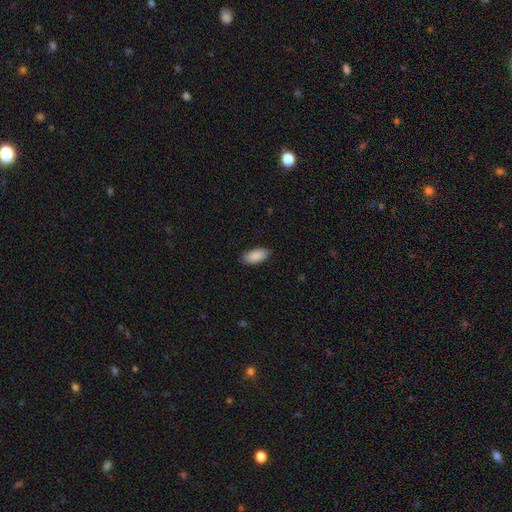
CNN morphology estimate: Q: Smooth or featured?
A: smooth (90%); runner-up: star or artifact (6%)
Q: How rounded?
A: in between (93%); runner-up: cigar-shaped (5%)
Q: Merging?
A: none (86%); runner-up: minor disturbance (11%)